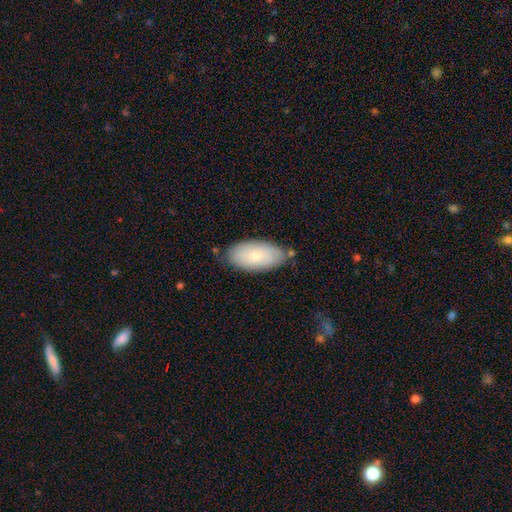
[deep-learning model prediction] A smooth galaxy with no disk features (77%) that is in between round and cigar-shaped (94%).

Vote fractions:
- Smooth or featured? smooth: 77% / featured or disk: 17% / star or artifact: 6%
- How rounded? in between: 94% / cigar-shaped: 4% / round: 2%
- Merging? none: 75% / minor disturbance: 19% / merger: 3% / major disturbance: 3%